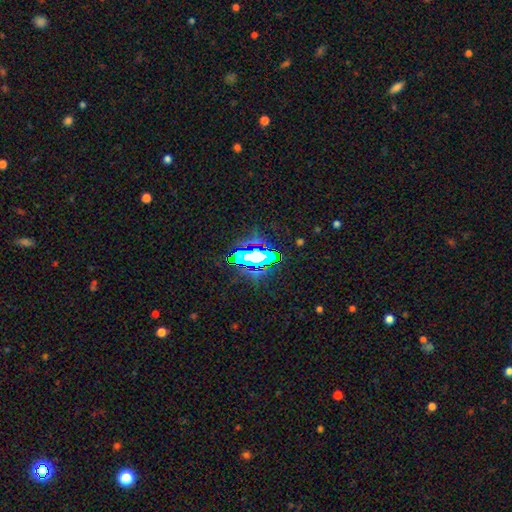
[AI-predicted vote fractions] Smooth or featured? Predicted: star or artifact (p=0.62).